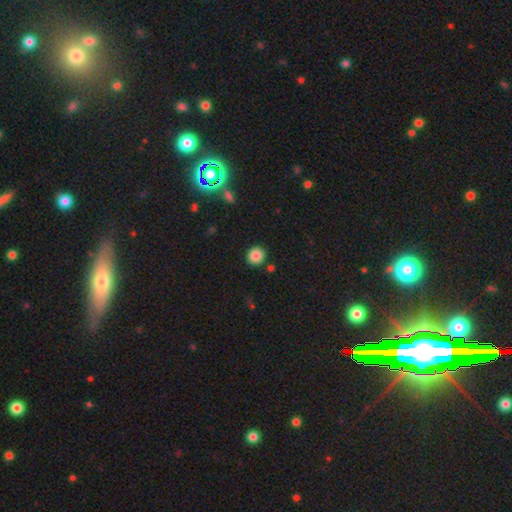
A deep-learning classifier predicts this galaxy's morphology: Smooth or featured? Predicted: smooth (p=0.85). How rounded? Predicted: round (p=0.92). Merging? Predicted: none (p=0.89).